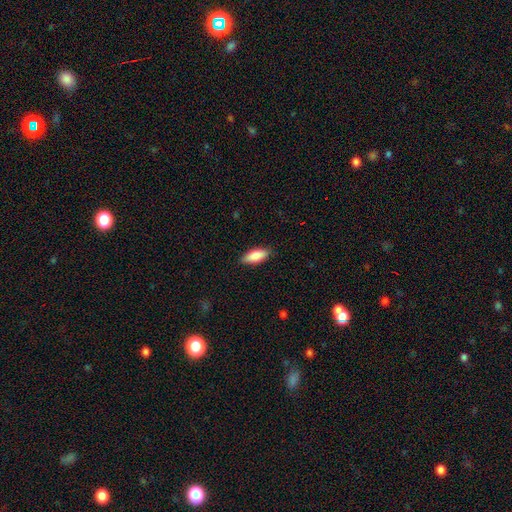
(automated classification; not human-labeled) Morphology: type=smooth (86%); roundness=in between (80%); merging=none (87%).